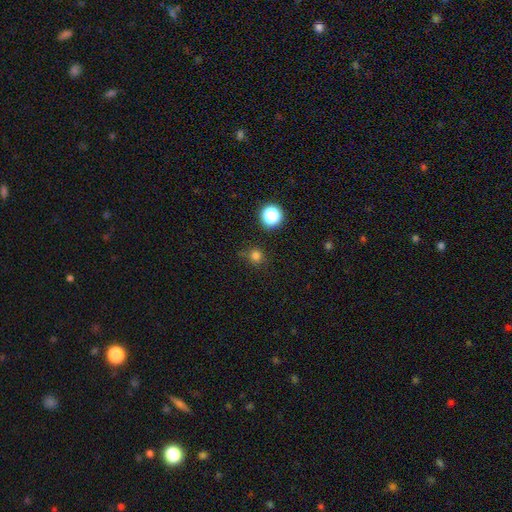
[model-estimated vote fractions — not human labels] Q: Smooth or featured?
A: smooth (77%); runner-up: star or artifact (19%)
Q: How rounded?
A: round (92%); runner-up: in between (7%)
Q: Merging?
A: none (79%); runner-up: minor disturbance (13%)